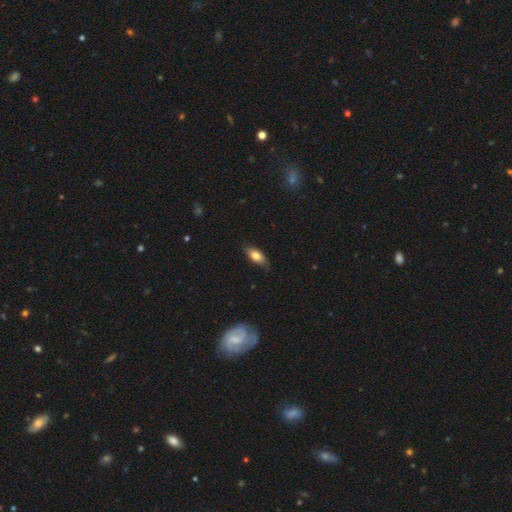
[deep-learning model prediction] The model was most divided on "merging": none: 74%, minor disturbance: 21%, major disturbance: 4%, merger: 1%. More confident: how rounded — in between (82%); smooth or featured — smooth (73%).